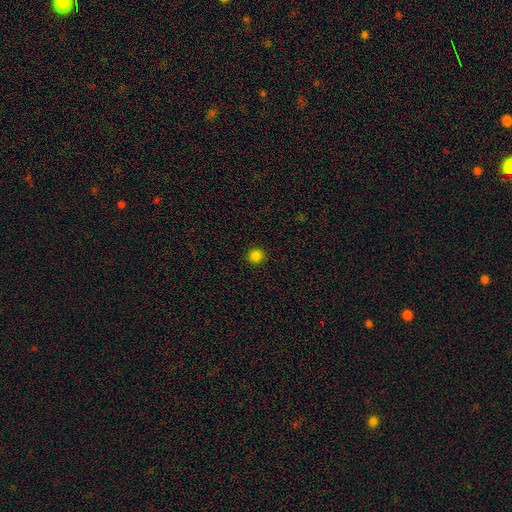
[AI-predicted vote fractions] smooth_or_featured: smooth (p=0.83) [alt: star or artifact p=0.14]
how_rounded: round (p=0.94) [alt: in between p=0.05]
merging: none (p=0.93) [alt: minor disturbance p=0.04]